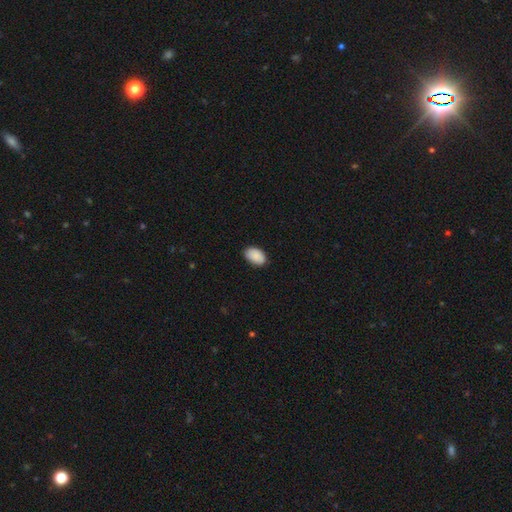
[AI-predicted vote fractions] Q: Smooth or featured?
A: smooth (90%); runner-up: star or artifact (7%)
Q: How rounded?
A: in between (92%); runner-up: round (7%)
Q: Merging?
A: none (83%); runner-up: minor disturbance (14%)